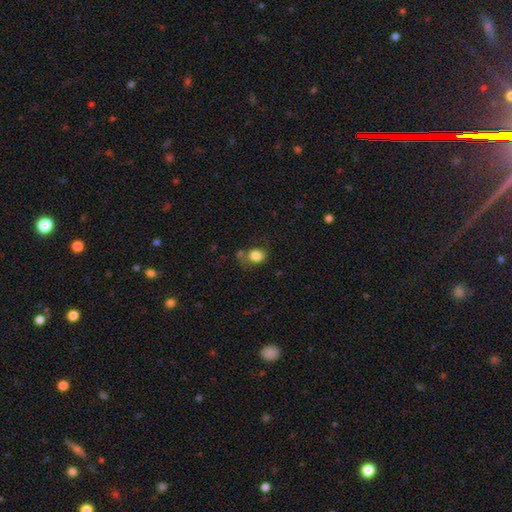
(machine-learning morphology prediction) Q: Smooth or featured?
A: smooth (83%); runner-up: star or artifact (10%)
Q: How rounded?
A: in between (51%); runner-up: round (48%)
Q: Merging?
A: none (58%); runner-up: minor disturbance (22%)